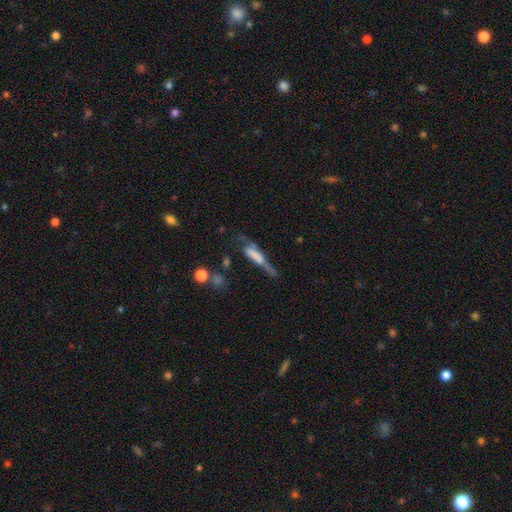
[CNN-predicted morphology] This is possibly a smooth galaxy (49%). Merging: marginally major disturbance (33%).